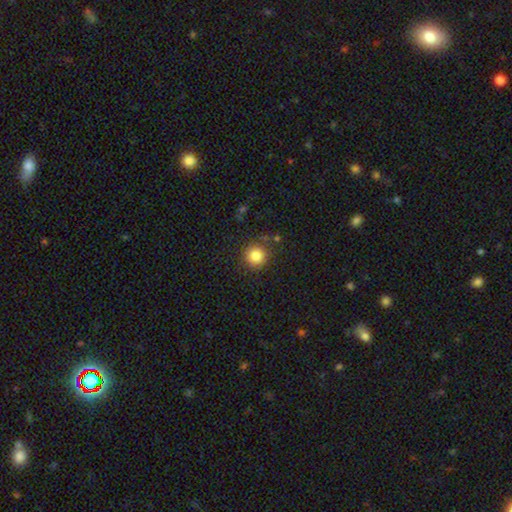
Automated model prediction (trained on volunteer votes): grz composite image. It shows a smooth galaxy with no disk features (84%) that is round (94%). Merging: none (84%).